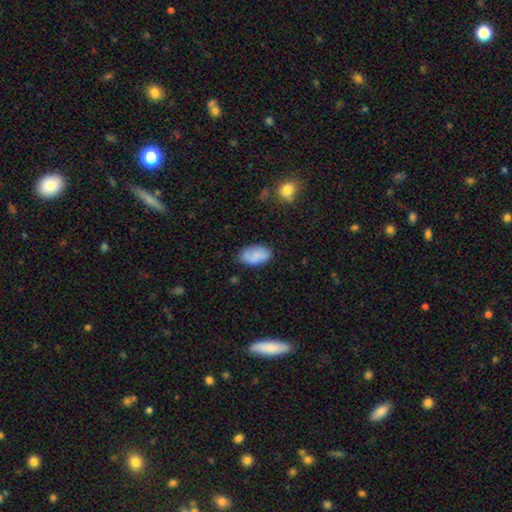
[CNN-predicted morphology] smooth_or_featured: smooth (p=0.82) [alt: featured or disk p=0.11]
how_rounded: in between (p=0.94) [alt: round p=0.04]
merging: none (p=0.79) [alt: minor disturbance p=0.16]